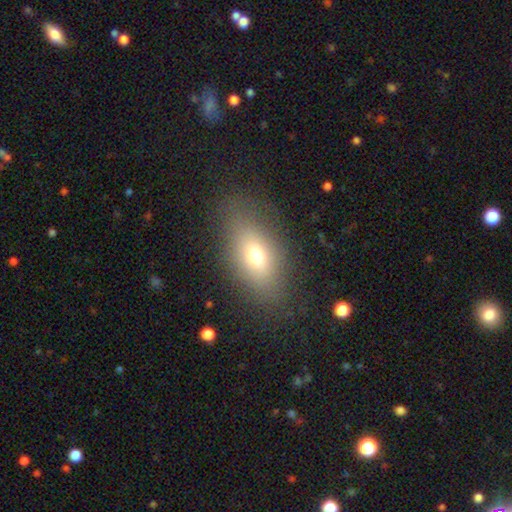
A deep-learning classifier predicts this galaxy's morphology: A smooth galaxy with no disk features (67%) that is in between round and cigar-shaped (83%). Merging: none (78%).